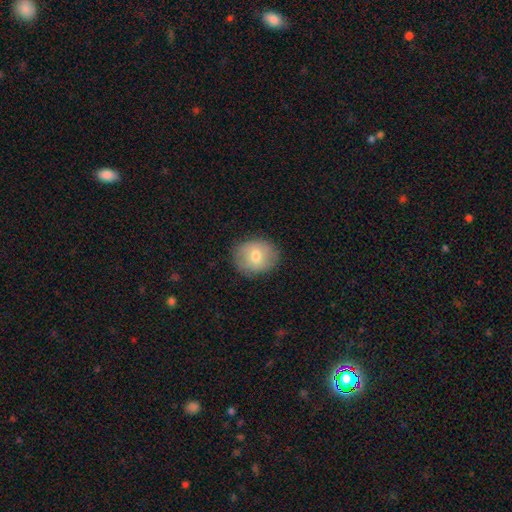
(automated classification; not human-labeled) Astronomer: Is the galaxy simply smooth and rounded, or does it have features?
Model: smooth — 69%.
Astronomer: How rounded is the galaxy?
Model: round — 68%.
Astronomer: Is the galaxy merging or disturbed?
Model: none — 83%.